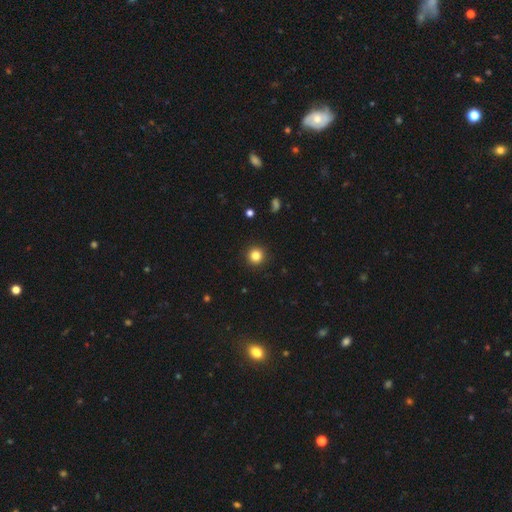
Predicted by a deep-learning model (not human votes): This is clearly a smooth galaxy (83%). How rounded: clearly round (95%). Merging: clearly none (93%).